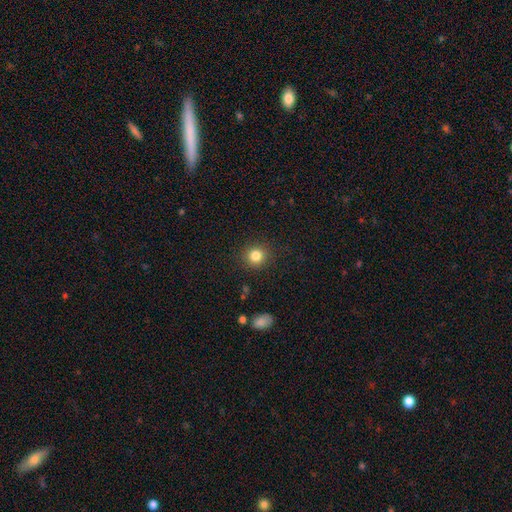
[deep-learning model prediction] Morphology: type=smooth (83%); roundness=round (89%); merging=none (89%).